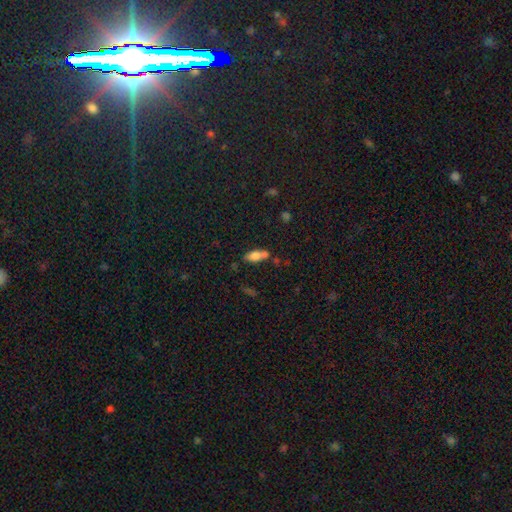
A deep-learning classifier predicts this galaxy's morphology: type=smooth (72%); roundness=in between (76%); merging=none (46%).